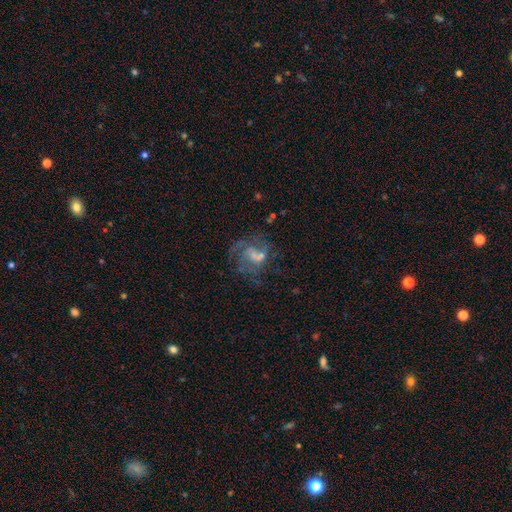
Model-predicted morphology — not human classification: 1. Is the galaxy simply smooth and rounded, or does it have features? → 61% featured or disk, 22% smooth, 17% star or artifact.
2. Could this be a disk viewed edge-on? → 97% no, 3% yes.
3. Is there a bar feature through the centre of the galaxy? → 56% no, 36% weak, 8% strong.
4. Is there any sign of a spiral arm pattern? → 65% yes, 35% no.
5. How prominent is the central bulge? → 34% small, 29% none, 29% moderate, 6% large, 2% dominant.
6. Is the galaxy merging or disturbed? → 50% none, 28% major disturbance, 17% minor disturbance, 6% merger.